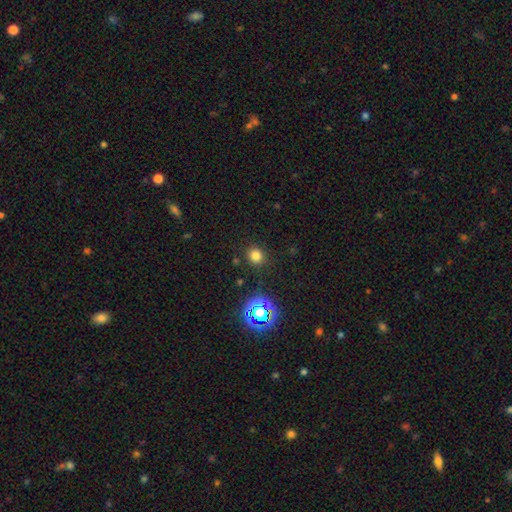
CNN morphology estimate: smooth-or-featured: smooth: 75% | star or artifact: 20% | featured or disk: 6%
  how-rounded: round: 86% | in between: 13% | cigar-shaped: 1%
  merging: none: 88% | minor disturbance: 7% | major disturbance: 3% | merger: 2%